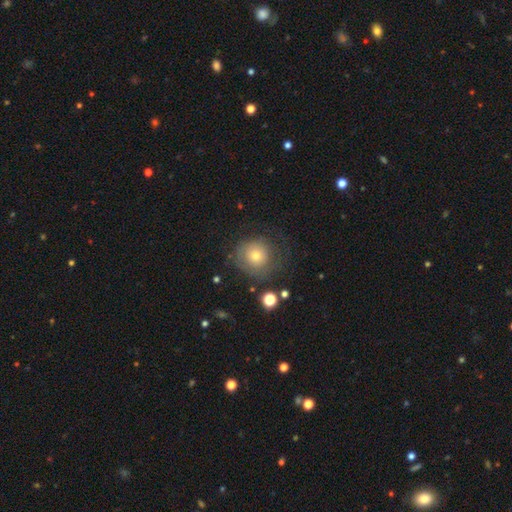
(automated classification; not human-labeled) smooth 63%, featured or disk 24%, star or artifact 13%. Down the decision tree: how rounded — round (90%); merging — none (64%).